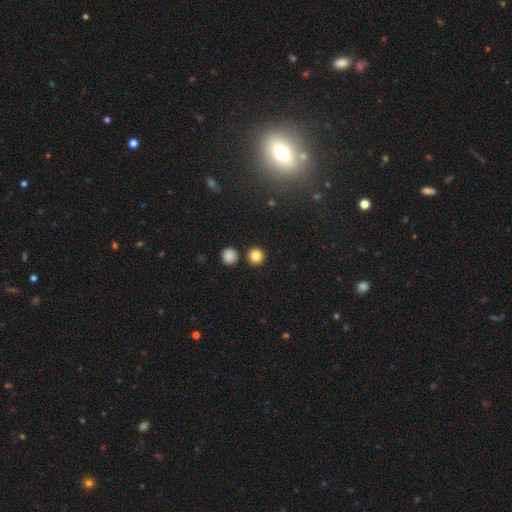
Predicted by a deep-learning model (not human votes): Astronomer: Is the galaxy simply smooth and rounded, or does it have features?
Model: smooth — 83%.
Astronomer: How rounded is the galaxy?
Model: round — 93%.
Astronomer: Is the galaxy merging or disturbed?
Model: none — 87%.